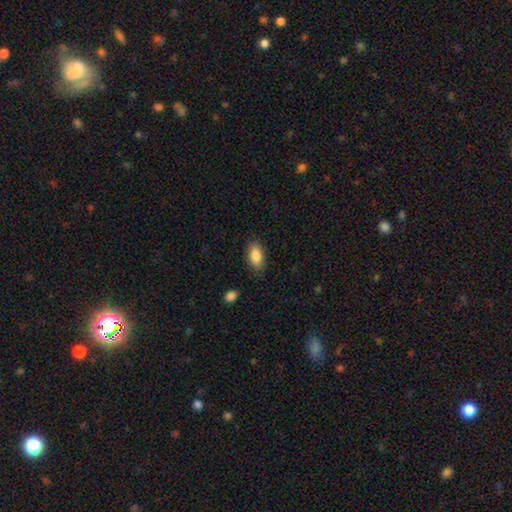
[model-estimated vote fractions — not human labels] Smooth or featured: smooth — 86% (featured or disk — 8%)
How rounded: in between — 91% (round — 5%)
Merging: none — 84% (minor disturbance — 12%)